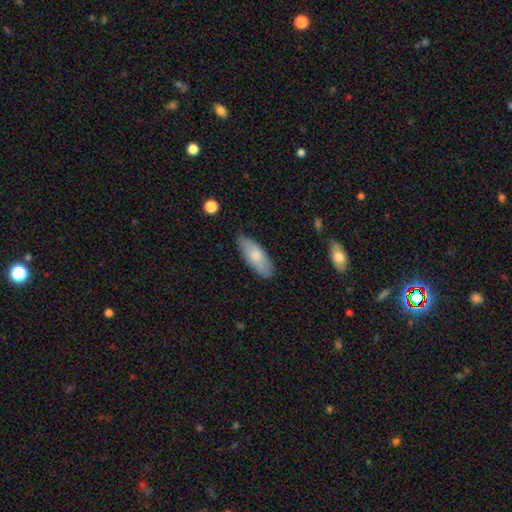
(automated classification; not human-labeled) Overall: smooth (77%). How rounded: in between (74%). Merging: none (79%).